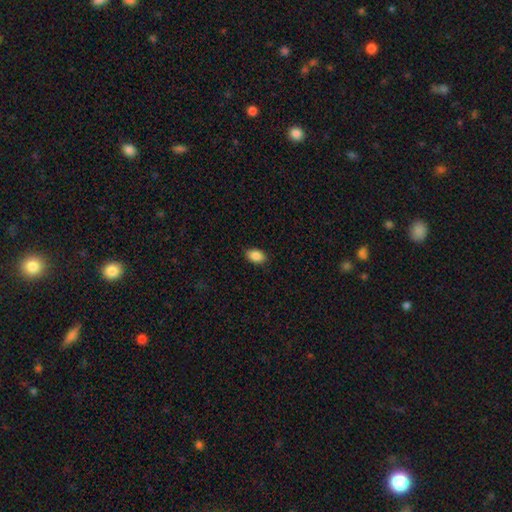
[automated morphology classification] Smooth or featured?
  - smooth: 87% *
  - star or artifact: 8%
  - featured or disk: 5%
How rounded?
  - in between: 88% *
  - round: 11%
  - cigar-shaped: 1%
Merging?
  - none: 89% *
  - minor disturbance: 8%
  - major disturbance: 2%
  - merger: 1%